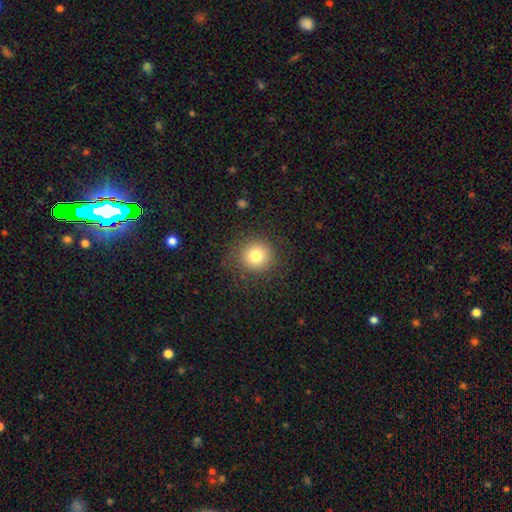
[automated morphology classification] Smooth or featured? smooth (79%)
How rounded? round (91%)
Merging? none (84%)